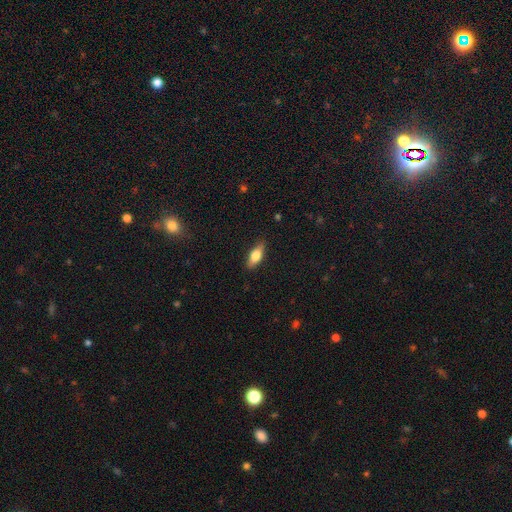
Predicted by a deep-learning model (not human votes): Smooth or featured? Predicted: smooth (p=0.71). How rounded? Predicted: in between (p=0.75). Merging? Predicted: none (p=0.84).